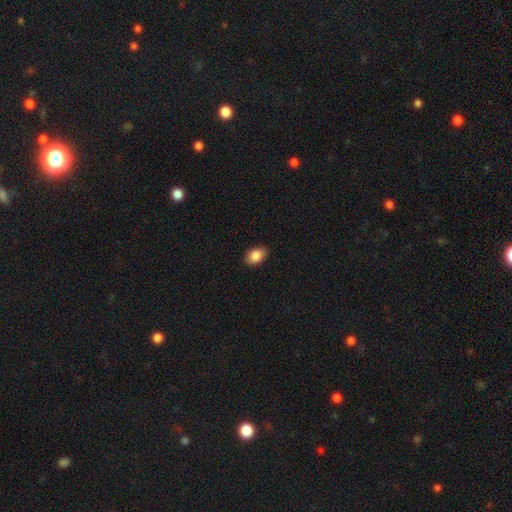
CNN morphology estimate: Smooth or featured?
  - smooth: 86% *
  - star or artifact: 8%
  - featured or disk: 6%
How rounded?
  - in between: 84% *
  - round: 14%
  - cigar-shaped: 1%
Merging?
  - none: 87% *
  - minor disturbance: 10%
  - major disturbance: 2%
  - merger: 1%